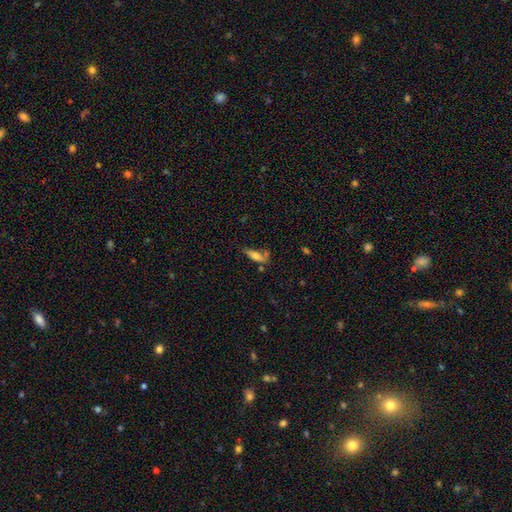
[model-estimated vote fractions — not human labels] This appears to be a smooth galaxy with no disk features (67%) that is in between round and cigar-shaped (58%). Merging: none (43%).